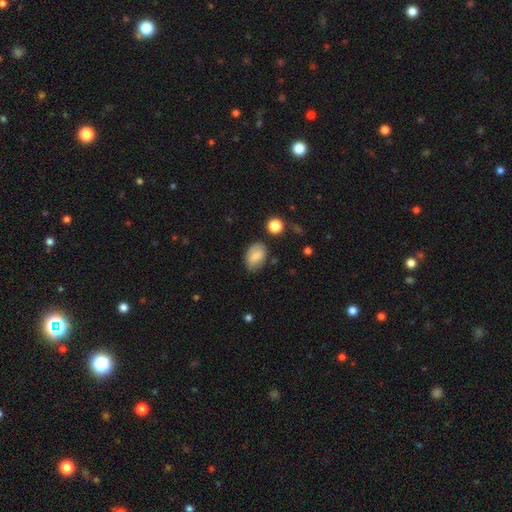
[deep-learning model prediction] Morphology: type=smooth (79%); roundness=in between (85%); merging=none (70%).